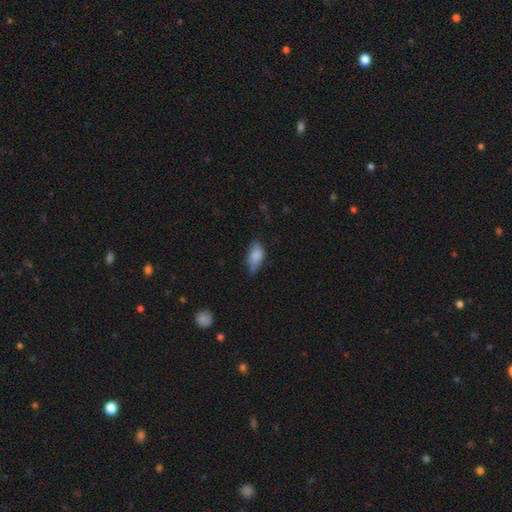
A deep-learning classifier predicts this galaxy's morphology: A smooth galaxy with no disk features (81%) that is in between round and cigar-shaped (89%).

Vote fractions:
- Smooth or featured? smooth: 81% / featured or disk: 11% / star or artifact: 8%
- How rounded? in between: 89% / cigar-shaped: 6% / round: 4%
- Merging? none: 43% / minor disturbance: 42% / major disturbance: 12% / merger: 2%